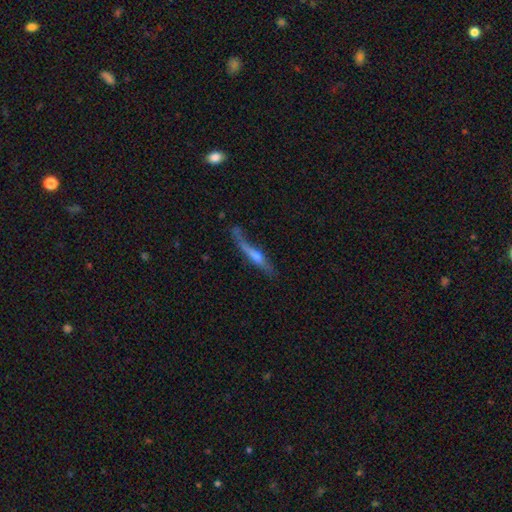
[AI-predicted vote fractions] smooth-or-featured: featured or disk: 68% | smooth: 25% | star or artifact: 7%
  disk-edge-on: yes: 91% | no: 9%
    edge-on-bulge: rounded: 83% | none: 12% | boxy: 5%
  merging: none: 58% | minor disturbance: 25% | major disturbance: 12% | merger: 6%